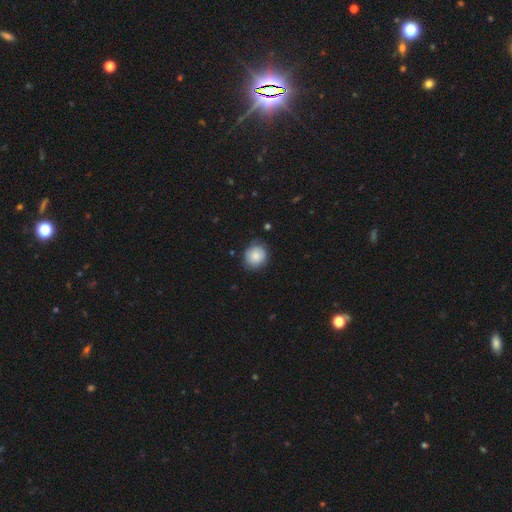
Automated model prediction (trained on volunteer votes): Smooth or featured: smooth — 81% (featured or disk — 11%)
How rounded: round — 79% (in between — 20%)
Merging: none — 77% (minor disturbance — 18%)